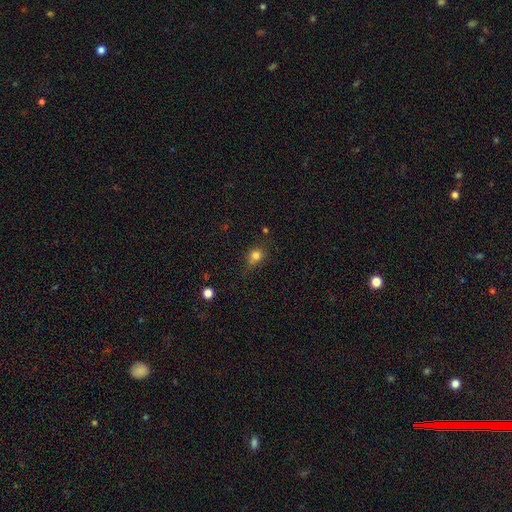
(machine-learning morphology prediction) smooth_or_featured: smooth (p=0.78) [alt: star or artifact p=0.14]
how_rounded: round (p=0.69) [alt: in between p=0.29]
merging: none (p=0.56) [alt: minor disturbance p=0.28]